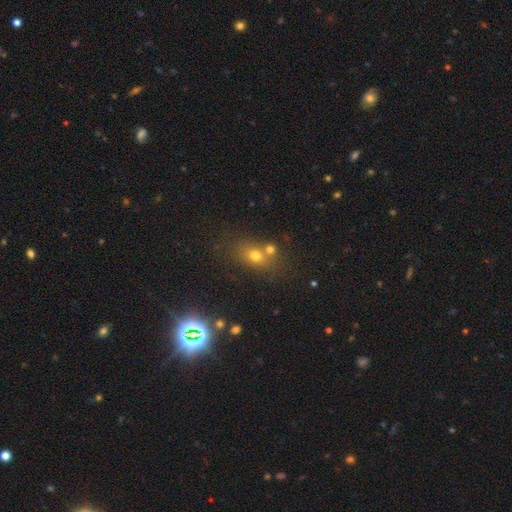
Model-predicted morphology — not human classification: smooth 67%, star or artifact 19%, featured or disk 14%. Down the decision tree: how rounded — in between (50%); merging — none (55%).